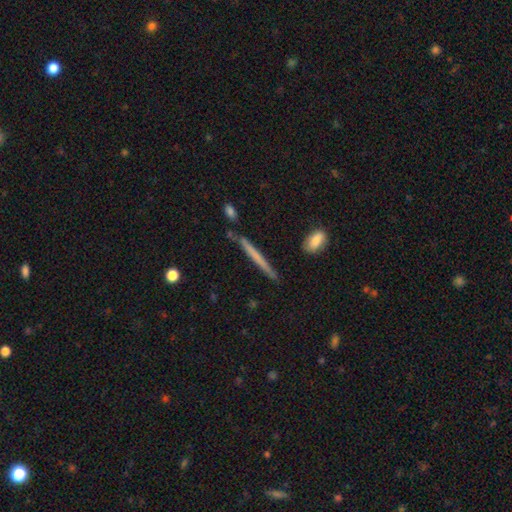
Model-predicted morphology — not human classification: The model was most divided on "smooth or featured": smooth: 54%, featured or disk: 40%, star or artifact: 6%. More confident: how rounded — cigar-shaped (96%); merging — none (84%).